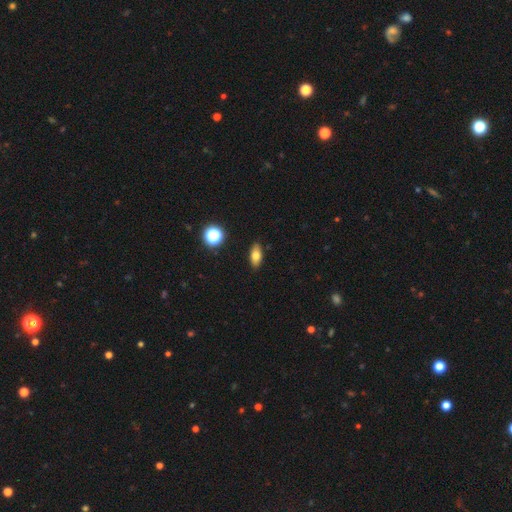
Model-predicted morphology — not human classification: Smooth or featured?
  - smooth: 73% *
  - featured or disk: 17%
  - star or artifact: 10%
How rounded?
  - in between: 81% *
  - cigar-shaped: 12%
  - round: 7%
Merging?
  - none: 89% *
  - minor disturbance: 8%
  - major disturbance: 2%
  - merger: 1%